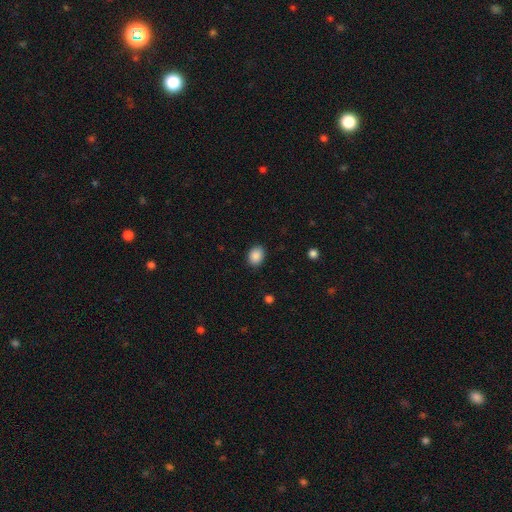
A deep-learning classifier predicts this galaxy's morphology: This is clearly a smooth galaxy (89%). How rounded: likely in between (65%). Merging: clearly none (88%).